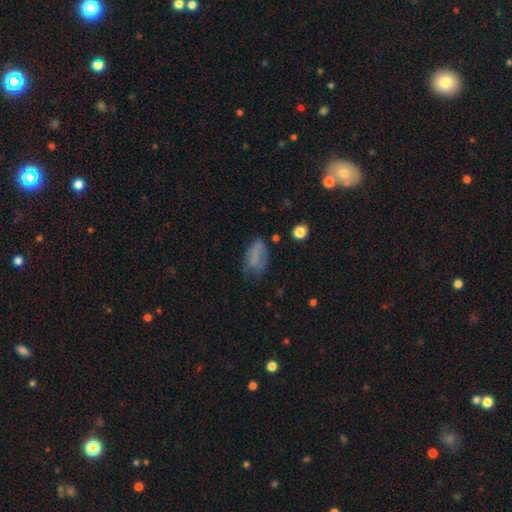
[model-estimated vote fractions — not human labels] This appears to be a smooth galaxy with no disk features (69%) that is in between round and cigar-shaped (88%). Merging: none (49%).